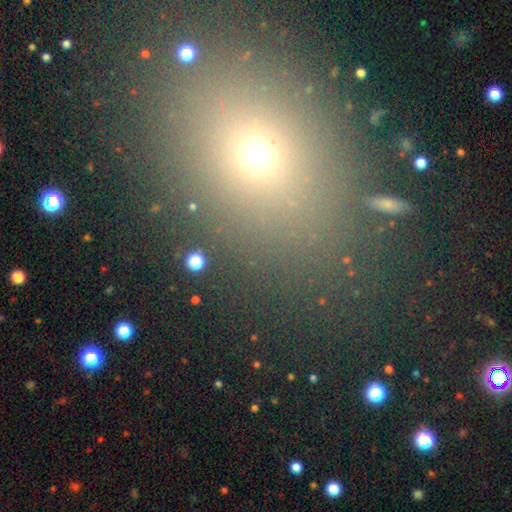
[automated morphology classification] The model was most divided on "how rounded" (2-way tie): round: 49%, in between: 49%, cigar-shaped: 3%. More confident: merging — none (84%); smooth or featured — smooth (53%).